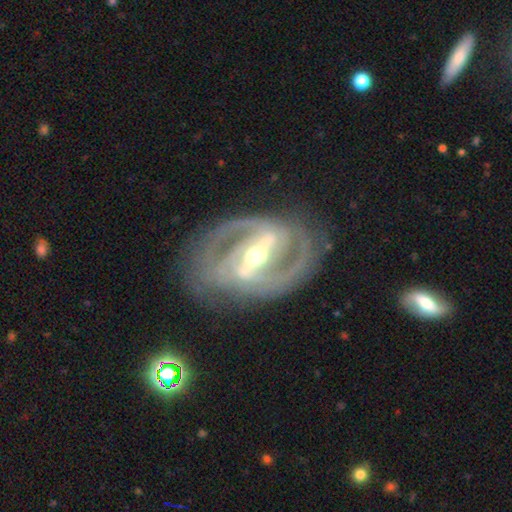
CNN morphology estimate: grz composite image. It shows a featured or disk galaxy (92%) with a strong bar (75%), 2 (80%) tight (46%) spiral arms (97%) and a moderate central bulge (62%). Merging: none (78%).